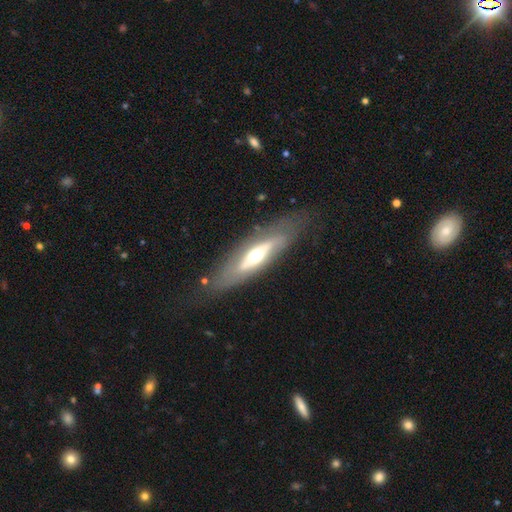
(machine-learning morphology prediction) smooth-or-featured: featured or disk: 61% | smooth: 33% | star or artifact: 7%
  disk-edge-on: yes: 51% | no: 49%
  merging: none: 75% | minor disturbance: 15% | major disturbance: 8% | merger: 2%